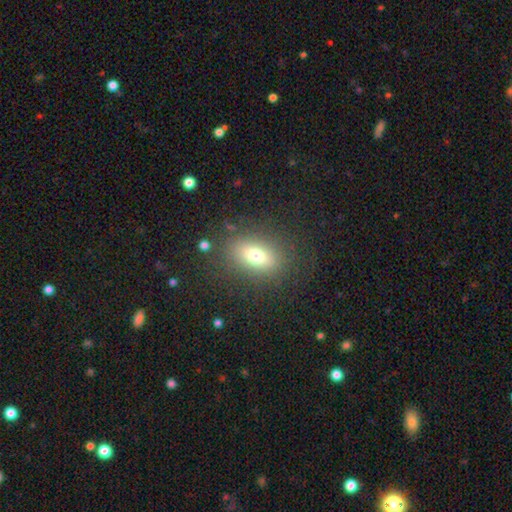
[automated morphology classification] type=smooth (70%); roundness=in between (73%); merging=none (82%).